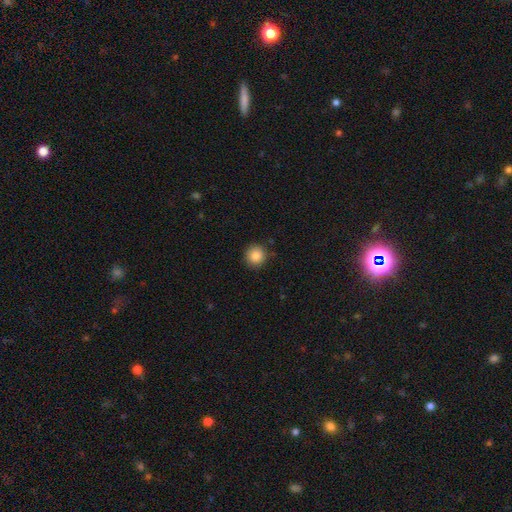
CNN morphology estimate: A smooth galaxy with no disk features (85%) that is round (92%). Merging: none (89%).